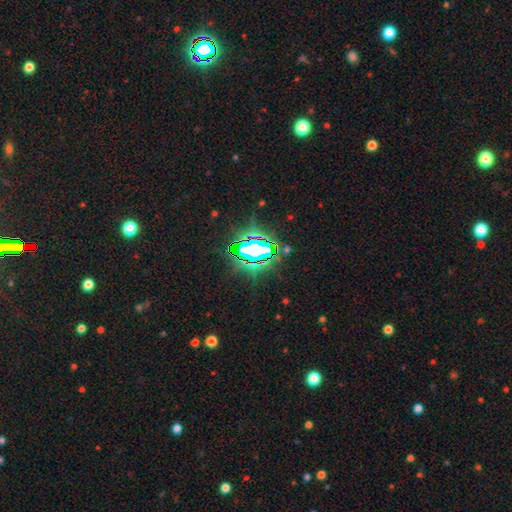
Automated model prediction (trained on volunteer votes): Morphology: type=star or artifact (75%).